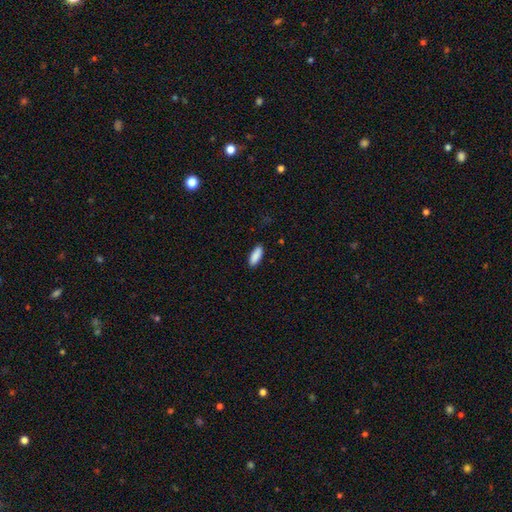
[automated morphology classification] Smooth or featured: smooth — 90% (star or artifact — 6%)
How rounded: in between — 76% (cigar-shaped — 22%)
Merging: none — 89% (minor disturbance — 9%)